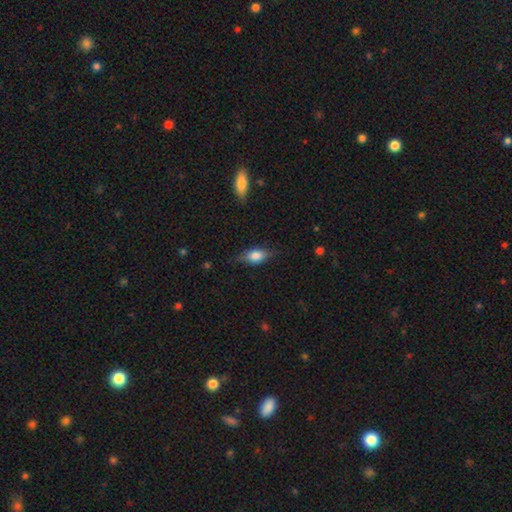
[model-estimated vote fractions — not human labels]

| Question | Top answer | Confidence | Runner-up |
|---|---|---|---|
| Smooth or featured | smooth | 69% | featured or disk (24%) |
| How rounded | in between | 80% | cigar-shaped (12%) |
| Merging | none | 72% | minor disturbance (21%) |